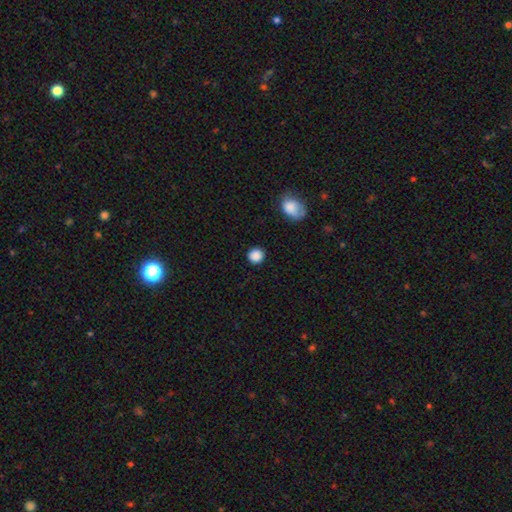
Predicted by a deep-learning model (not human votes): Morphology: type=smooth (87%); roundness=round (91%); merging=none (89%).